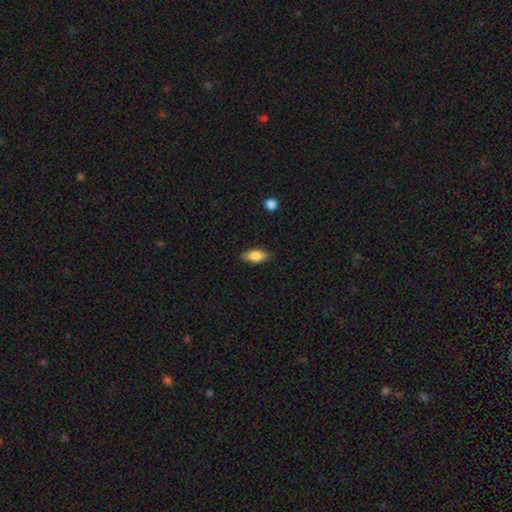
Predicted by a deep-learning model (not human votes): This is clearly a smooth galaxy (81%). How rounded: clearly in between (87%). Merging: clearly none (86%).